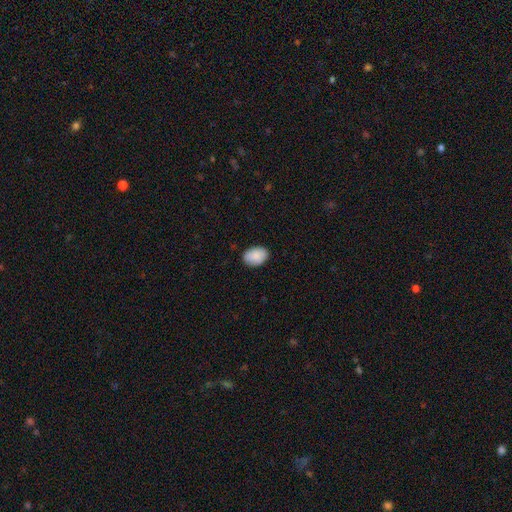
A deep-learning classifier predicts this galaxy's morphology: type=smooth (89%); roundness=in between (85%); merging=none (87%).